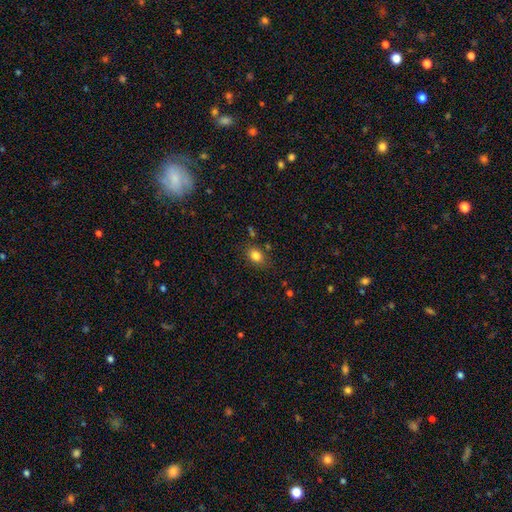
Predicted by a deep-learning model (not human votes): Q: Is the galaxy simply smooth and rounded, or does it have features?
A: smooth — 82%.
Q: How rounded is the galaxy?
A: in between — 69%.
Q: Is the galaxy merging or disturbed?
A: none — 76%.